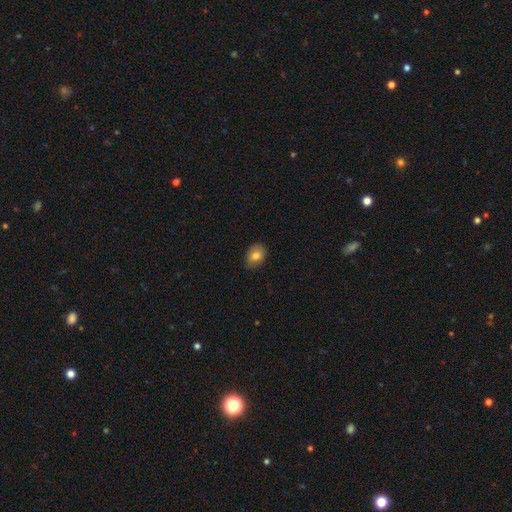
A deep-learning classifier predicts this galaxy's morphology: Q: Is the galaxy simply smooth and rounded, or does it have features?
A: smooth — 81%.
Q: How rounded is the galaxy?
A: in between — 67%.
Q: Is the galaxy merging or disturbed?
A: none — 86%.